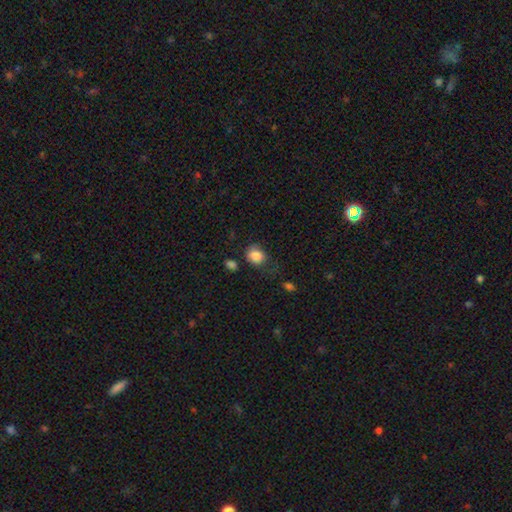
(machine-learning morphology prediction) smooth 85%, star or artifact 9%, featured or disk 6%. Down the decision tree: how rounded — round (57%); merging — none (56%).